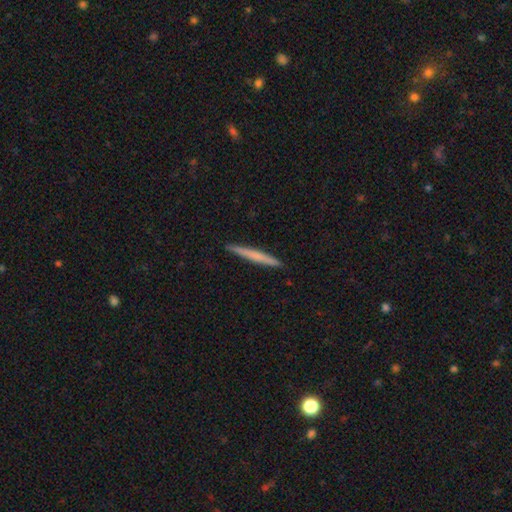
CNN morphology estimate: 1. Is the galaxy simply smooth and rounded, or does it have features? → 56% smooth, 38% featured or disk, 6% star or artifact.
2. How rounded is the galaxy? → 97% cigar-shaped, 2% in between, 1% round.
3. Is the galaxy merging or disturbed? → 92% none, 6% minor disturbance, 1% major disturbance, 1% merger.